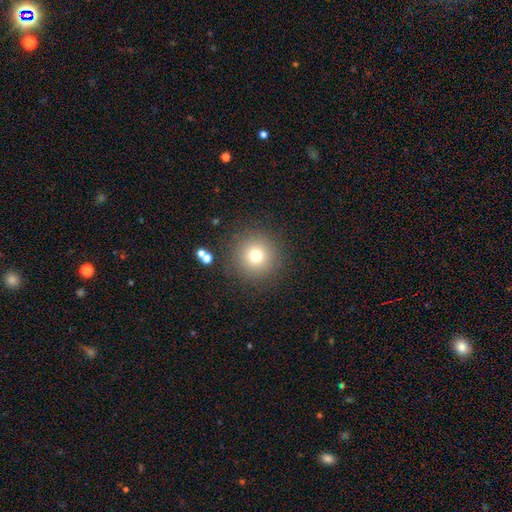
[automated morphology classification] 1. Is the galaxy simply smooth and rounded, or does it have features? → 73% smooth, 16% star or artifact, 11% featured or disk.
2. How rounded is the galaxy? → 96% round, 3% in between, 1% cigar-shaped.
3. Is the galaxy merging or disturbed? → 88% none, 7% minor disturbance, 3% major disturbance, 2% merger.